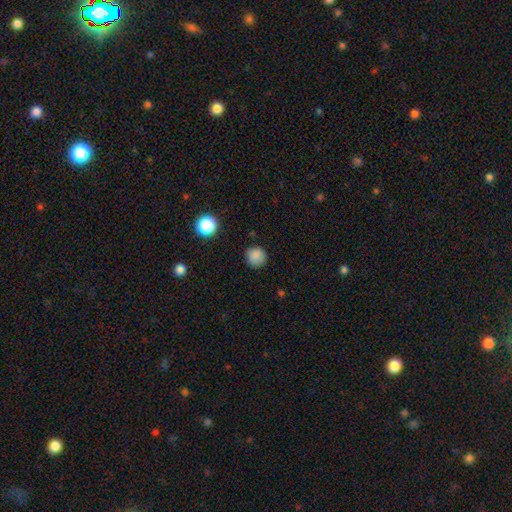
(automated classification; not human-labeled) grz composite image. It shows a smooth galaxy with no disk features (85%) that is round (93%). Merging: none (85%).